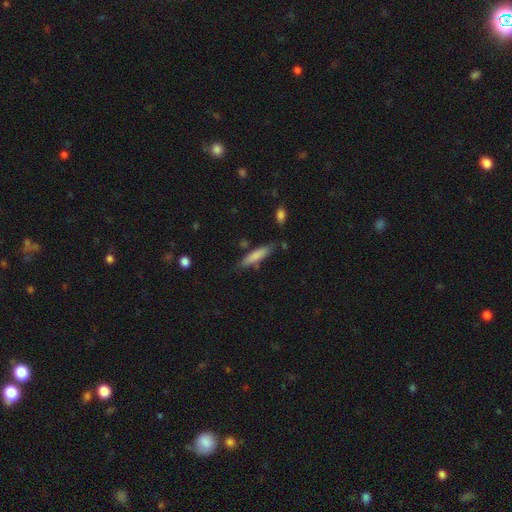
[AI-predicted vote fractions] Overall: smooth (78%). How rounded: cigar-shaped (82%). Merging: none (76%).